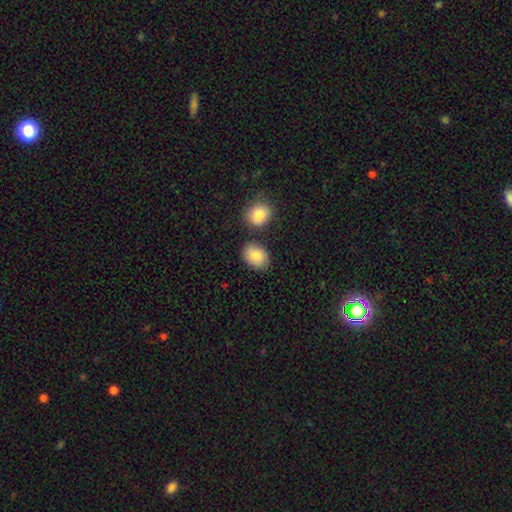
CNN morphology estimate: This appears to be a smooth galaxy with no disk features (85%) that is in between round and cigar-shaped (71%). Merging: none (74%).